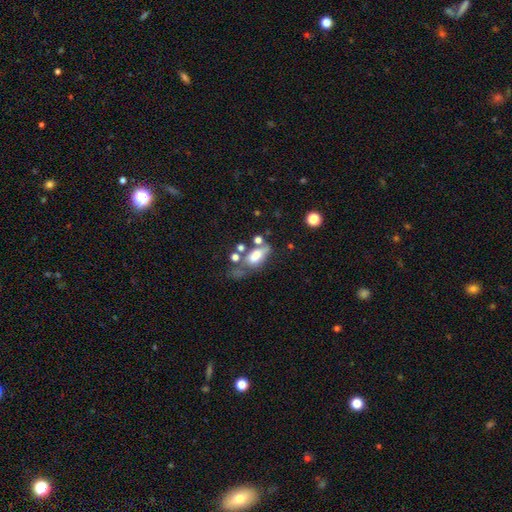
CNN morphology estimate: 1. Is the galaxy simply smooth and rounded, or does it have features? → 63% smooth, 26% featured or disk, 12% star or artifact.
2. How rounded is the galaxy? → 82% in between, 10% cigar-shaped, 8% round.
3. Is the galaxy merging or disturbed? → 28% merger, 27% major disturbance, 26% none, 19% minor disturbance.